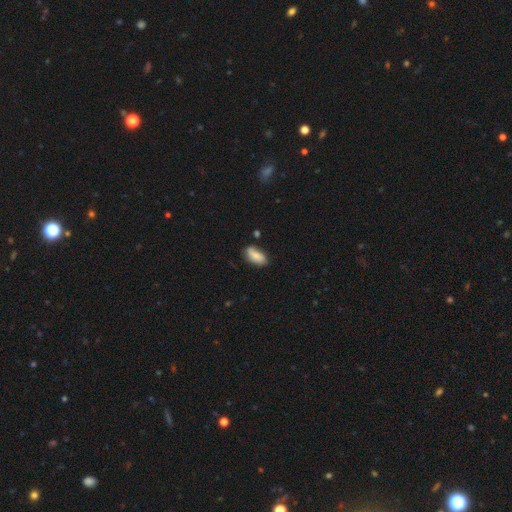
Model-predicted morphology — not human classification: This is likely a smooth galaxy (78%). How rounded: clearly in between (89%). Merging: likely none (65%).